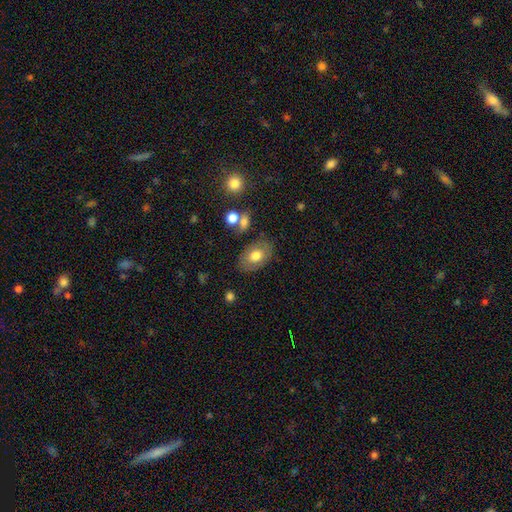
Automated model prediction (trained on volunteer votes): Smooth or featured? Predicted: smooth (p=0.69). How rounded? Predicted: in between (p=0.86). Merging? Predicted: none (p=0.78).